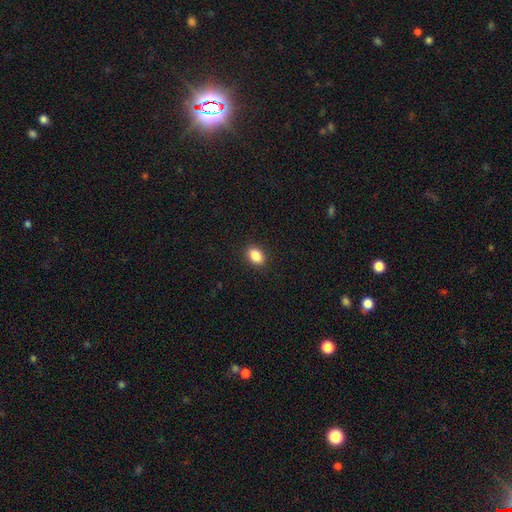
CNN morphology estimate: This is clearly a smooth galaxy (88%). How rounded: clearly in between (83%). Merging: clearly none (90%).